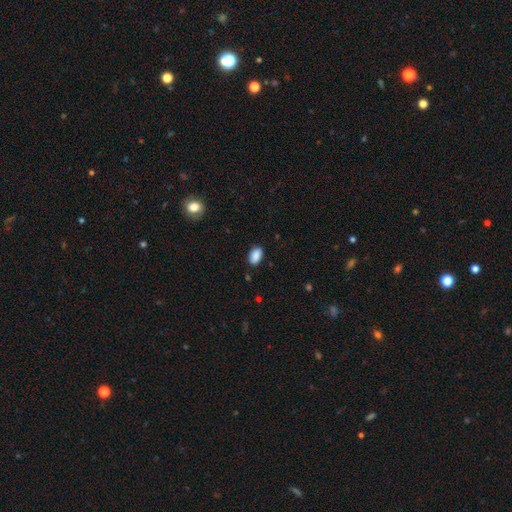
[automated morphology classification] Q: Smooth or featured?
A: smooth (88%); runner-up: star or artifact (8%)
Q: How rounded?
A: in between (91%); runner-up: round (8%)
Q: Merging?
A: none (85%); runner-up: minor disturbance (11%)